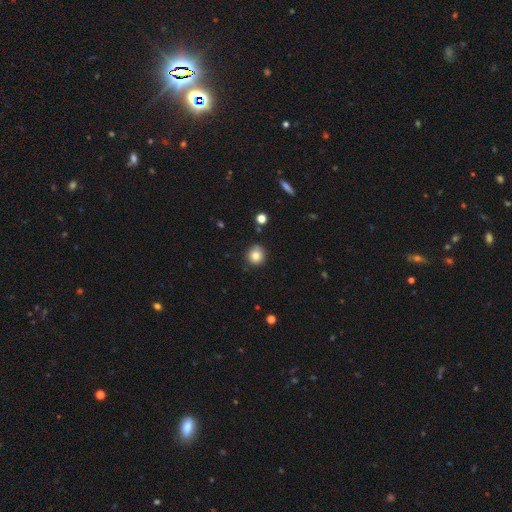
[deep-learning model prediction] smooth 81%, star or artifact 11%, featured or disk 8%. Down the decision tree: how rounded — round (92%); merging — none (85%).